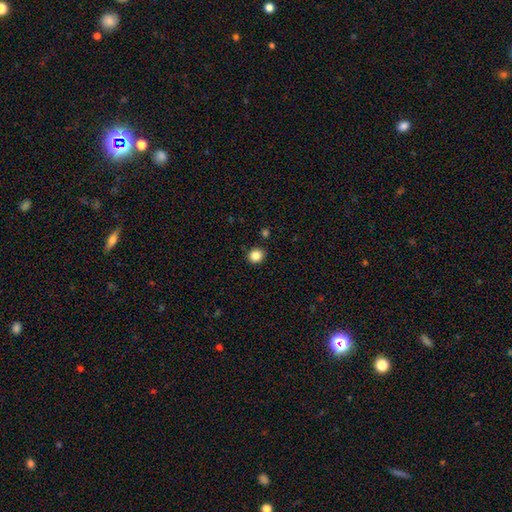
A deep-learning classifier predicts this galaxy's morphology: type=smooth (85%); roundness=round (86%); merging=none (90%).